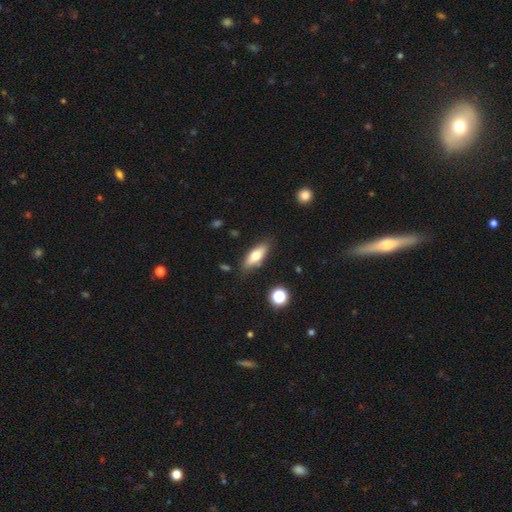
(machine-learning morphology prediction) Overall: smooth (68%). How rounded: in between (65%; cigar-shaped 32%). Merging: none (81%).